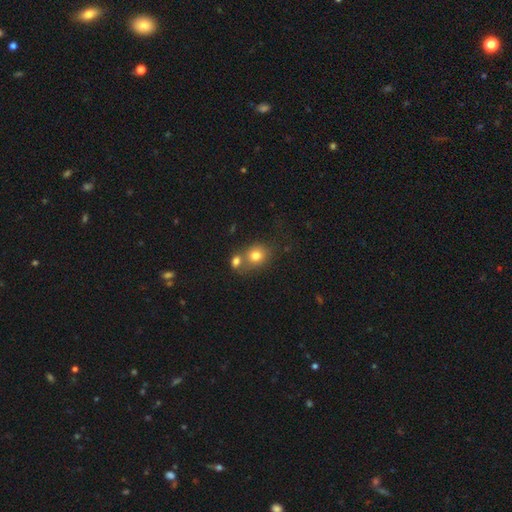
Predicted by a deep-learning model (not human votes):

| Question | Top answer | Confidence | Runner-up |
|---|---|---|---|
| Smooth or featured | smooth | 78% | star or artifact (11%) |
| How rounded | round | 70% | in between (29%) |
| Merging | none | 47% | merger (39%) |